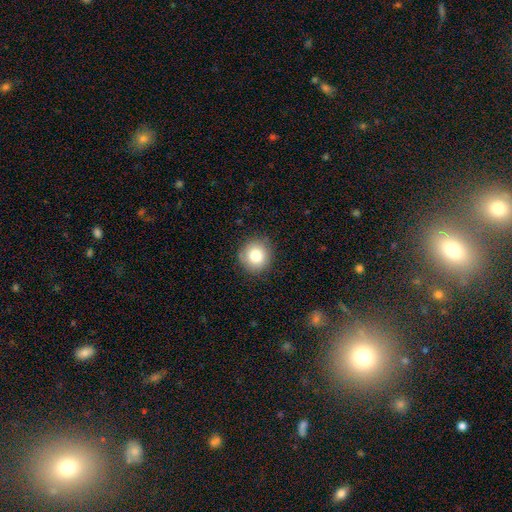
smooth-or-featured: smooth: 90% | featured or disk: 5% | star or artifact: 5%
  how-rounded: round: 94% | in between: 6% | cigar-shaped: 0%
  merging: none: 89% | minor disturbance: 11% | major disturbance: 0% | merger: 0%